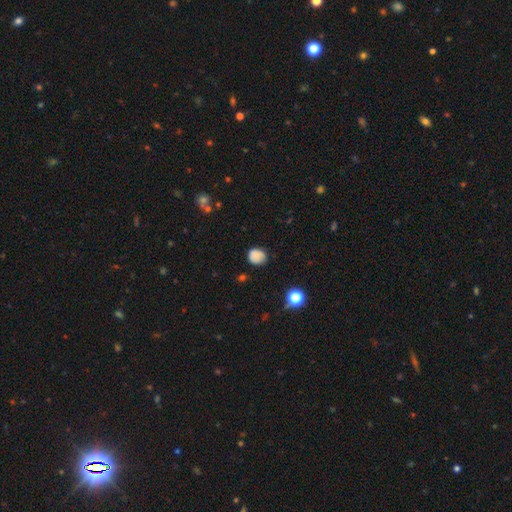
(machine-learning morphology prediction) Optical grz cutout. It shows a smooth galaxy with no disk features (81%) that is round (72%). Merging: none (73%).